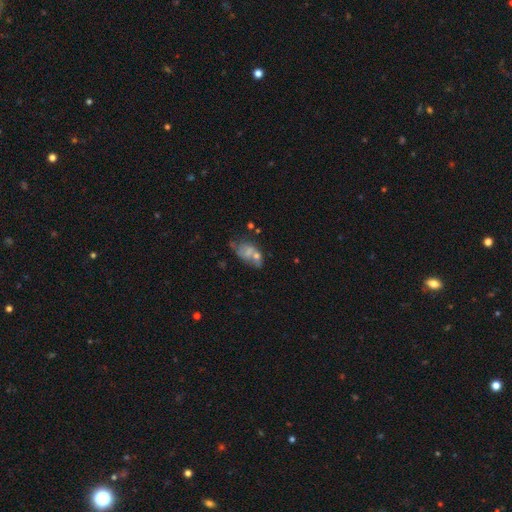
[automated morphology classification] A featured or disk galaxy (44%).

Vote fractions:
- Smooth or featured? featured or disk: 44% / smooth: 42% / star or artifact: 14%
- Merging? merger: 34% / none: 29% / minor disturbance: 20% / major disturbance: 18%